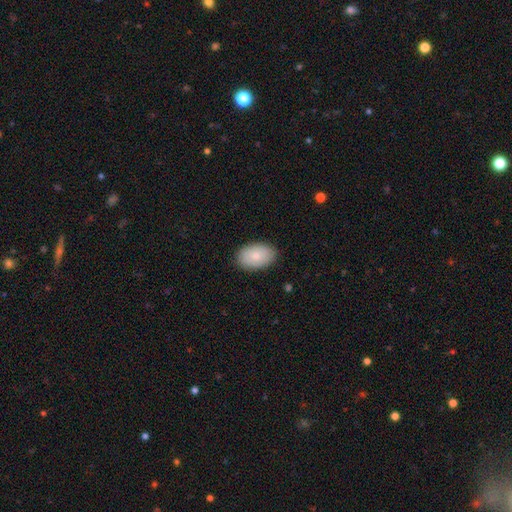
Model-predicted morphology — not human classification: smooth-or-featured: smooth: 84% | featured or disk: 10% | star or artifact: 6%
  how-rounded: in between: 90% | round: 9% | cigar-shaped: 1%
  merging: none: 87% | minor disturbance: 10% | major disturbance: 2% | merger: 1%